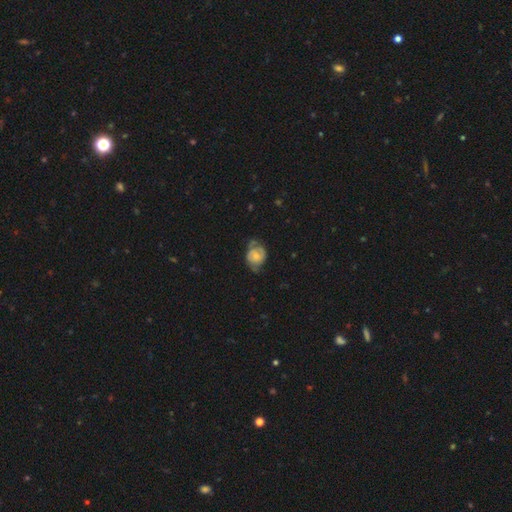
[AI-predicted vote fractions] Smooth or featured?
  - featured or disk: 52% *
  - smooth: 41%
  - star or artifact: 7%
Edge-on disk?
  - no: 96% *
  - yes: 4%
Bar?
  - no: 73% *
  - weak: 22%
  - strong: 5%
Spiral arms?
  - yes: 64% *
  - no: 36%
Bulge size?
  - moderate: 48% *
  - small: 43%
  - large: 4%
  - none: 3%
  - dominant: 1%
Merging?
  - none: 45% *
  - minor disturbance: 34%
  - major disturbance: 17%
  - merger: 4%